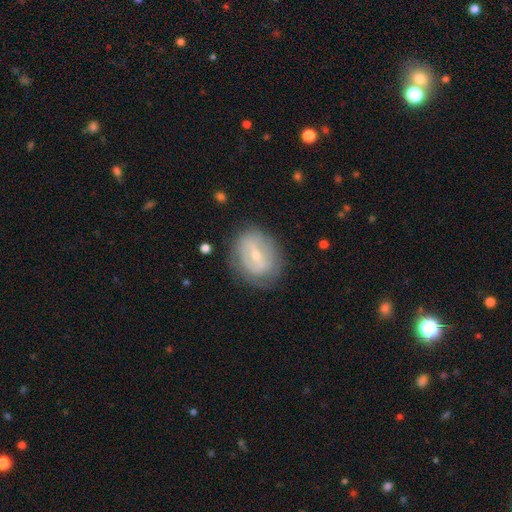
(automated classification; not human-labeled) Smooth or featured: featured or disk — 62% (smooth — 31%)
Edge-on disk: no — 94% (yes — 6%)
Bar: weak — 44% (strong — 36%)
Spiral arms: no — 53% (yes — 47%)
Bulge size: small — 58% (moderate — 38%)
Merging: none — 74% (minor disturbance — 17%)